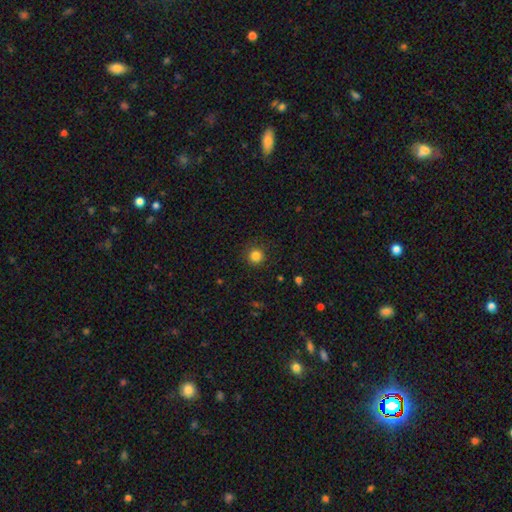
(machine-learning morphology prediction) type=smooth (83%); roundness=round (95%); merging=none (90%).